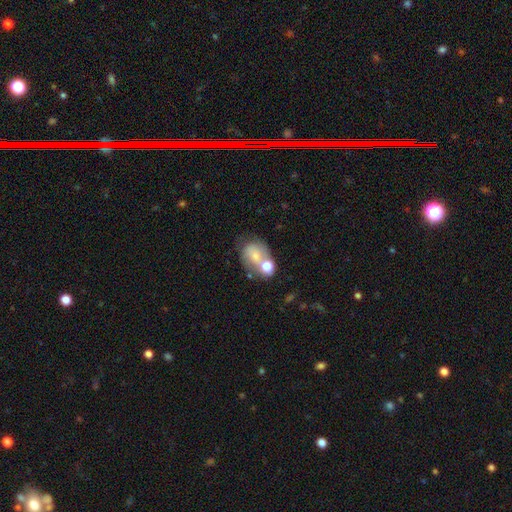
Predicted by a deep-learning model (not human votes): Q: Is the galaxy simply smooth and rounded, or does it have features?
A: smooth — 57%.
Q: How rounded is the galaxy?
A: in between — 55%.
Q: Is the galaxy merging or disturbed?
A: merger — 38%.